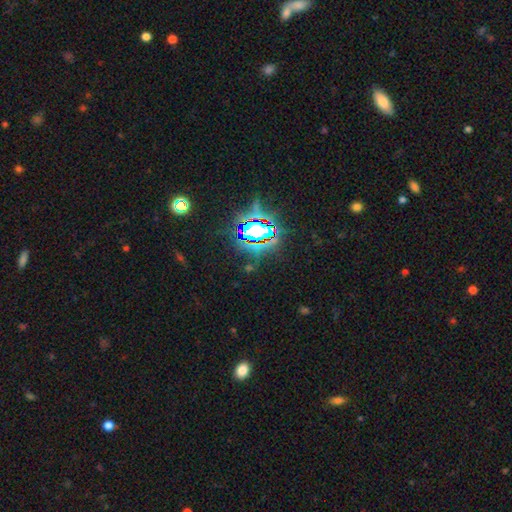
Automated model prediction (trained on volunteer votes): smooth_or_featured: star or artifact (p=0.81) [alt: smooth p=0.11]